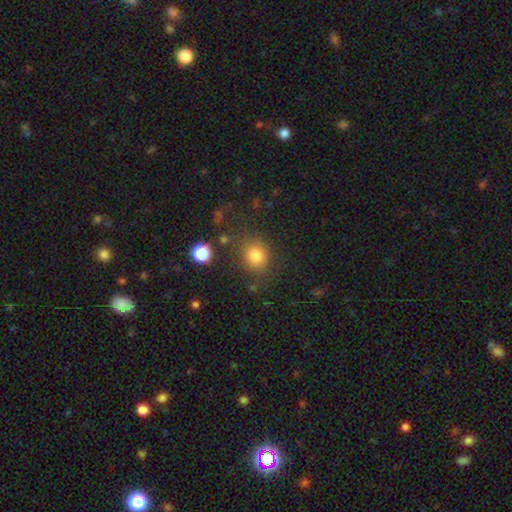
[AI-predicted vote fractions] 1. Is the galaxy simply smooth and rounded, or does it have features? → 79% smooth, 14% star or artifact, 7% featured or disk.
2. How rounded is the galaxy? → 75% round, 24% in between, 1% cigar-shaped.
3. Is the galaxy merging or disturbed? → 76% none, 13% minor disturbance, 7% major disturbance, 5% merger.